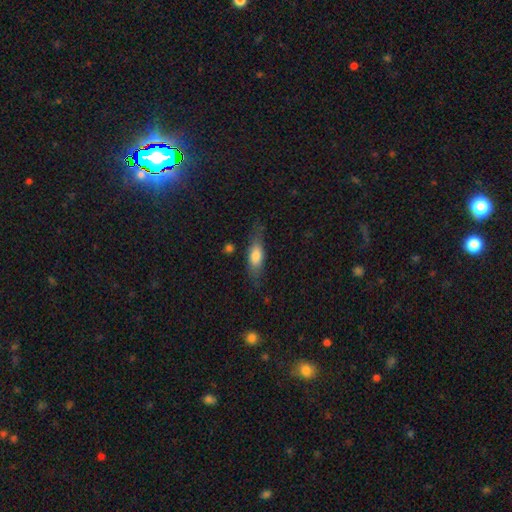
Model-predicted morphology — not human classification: This is likely a smooth galaxy (71%). How rounded: possibly in between (59%). Merging: likely none (69%).